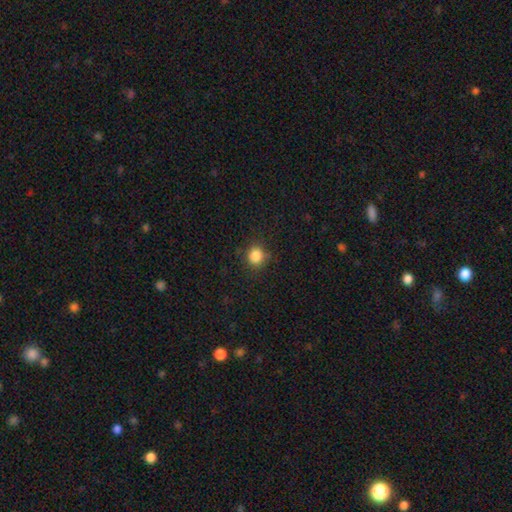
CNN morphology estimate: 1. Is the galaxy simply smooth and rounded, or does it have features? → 85% smooth, 11% star or artifact, 4% featured or disk.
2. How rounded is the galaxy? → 86% round, 13% in between, 1% cigar-shaped.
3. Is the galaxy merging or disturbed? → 85% none, 11% minor disturbance, 3% major disturbance, 1% merger.